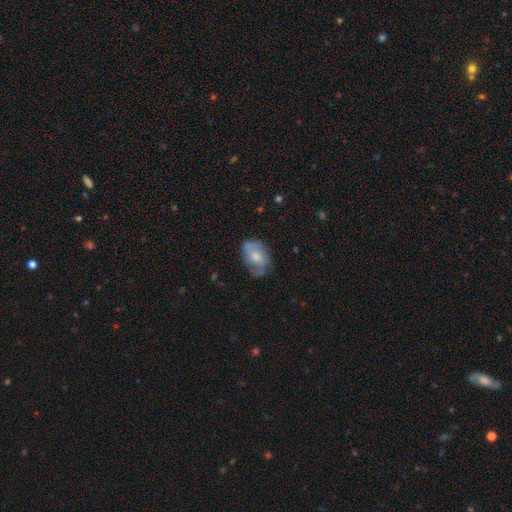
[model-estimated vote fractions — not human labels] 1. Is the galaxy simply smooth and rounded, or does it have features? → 52% featured or disk, 41% smooth, 7% star or artifact.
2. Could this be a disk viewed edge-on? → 95% no, 5% yes.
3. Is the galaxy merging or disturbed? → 57% none, 28% minor disturbance, 13% major disturbance, 2% merger.